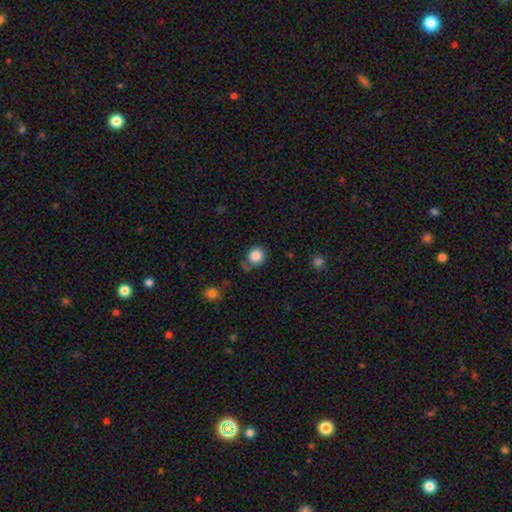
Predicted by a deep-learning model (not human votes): A smooth galaxy with no disk features (86%) that is round (88%). Merging: none (74%).